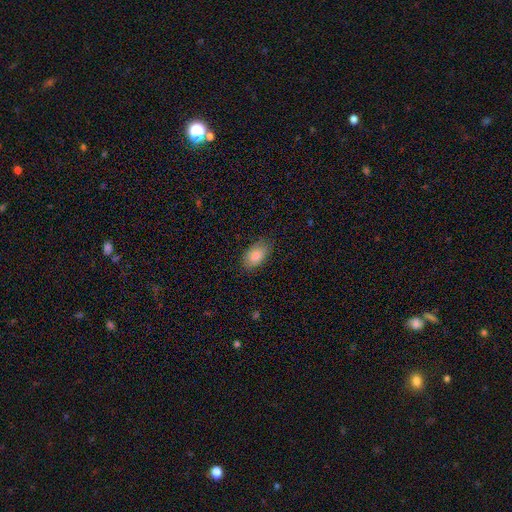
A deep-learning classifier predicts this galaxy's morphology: The model was most divided on "merging": none: 83%, minor disturbance: 13%, major disturbance: 3%, merger: 1%. More confident: how rounded — in between (91%); smooth or featured — smooth (84%).